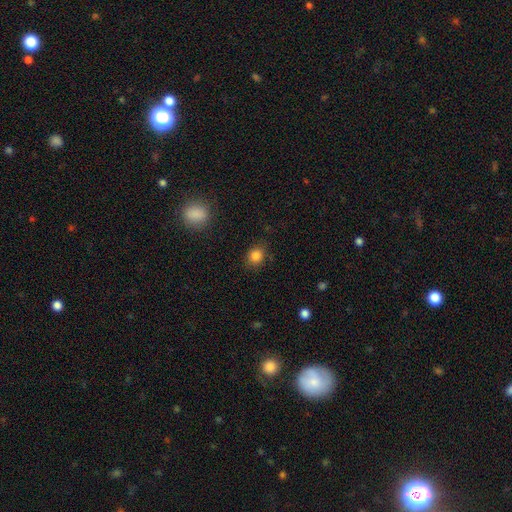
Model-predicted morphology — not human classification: Smooth or featured? smooth (84%)
How rounded? round (67%)
Merging? none (83%)